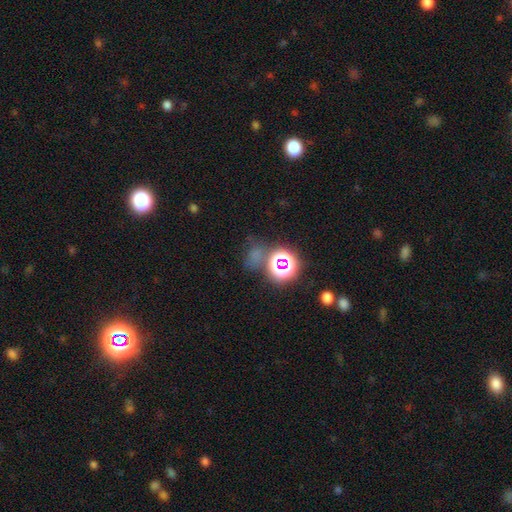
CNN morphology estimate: A smooth galaxy with no disk features (46%).

Vote fractions:
- Smooth or featured? smooth: 46% / star or artifact: 45% / featured or disk: 9%
- Merging? none: 62% / minor disturbance: 17% / major disturbance: 11% / merger: 10%